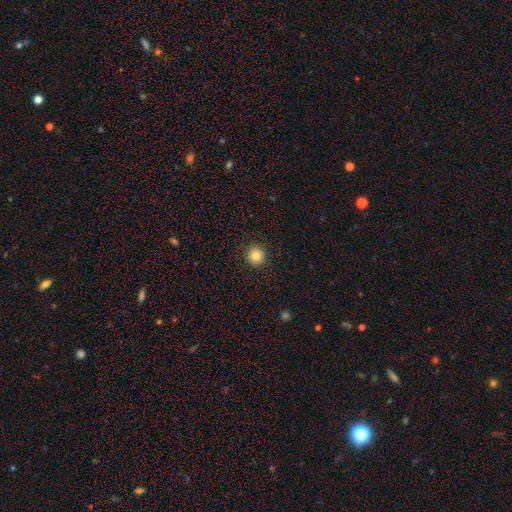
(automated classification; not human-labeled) A smooth galaxy with no disk features (83%) that is round (94%). Merging: none (91%).